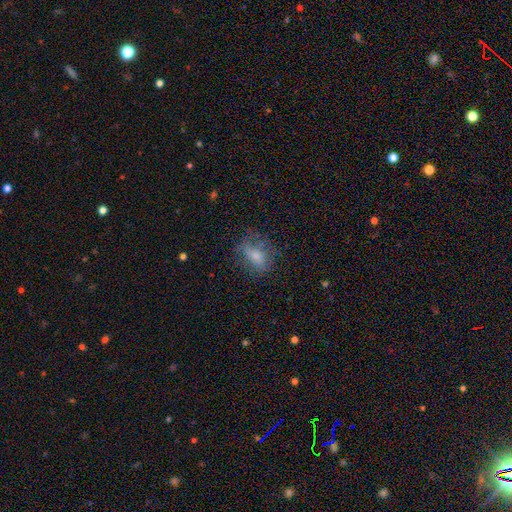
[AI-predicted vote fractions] This appears to be a smooth galaxy with no disk features (58%) that is in between round and cigar-shaped (72%). Merging: none (63%).